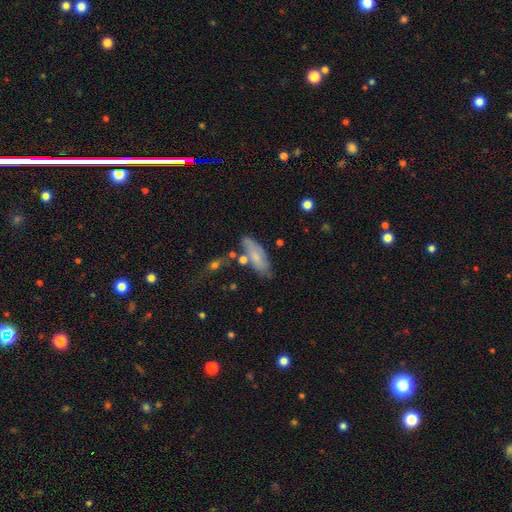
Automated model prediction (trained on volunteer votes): Smooth or featured?
  - smooth: 68% *
  - featured or disk: 25%
  - star or artifact: 7%
How rounded?
  - in between: 69% *
  - cigar-shaped: 29%
  - round: 2%
Merging?
  - none: 62% *
  - minor disturbance: 22%
  - merger: 10%
  - major disturbance: 6%